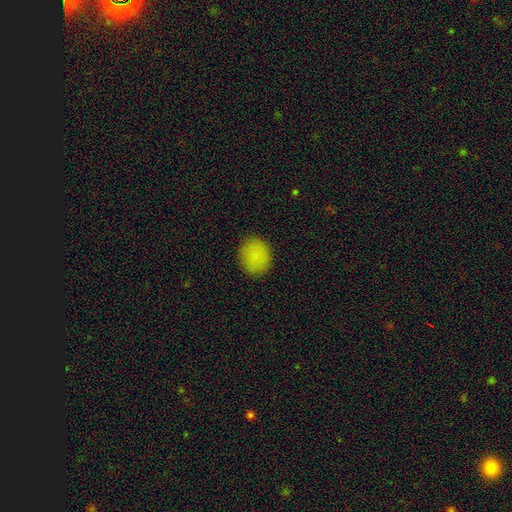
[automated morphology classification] smooth-or-featured: smooth: 85% | star or artifact: 10% | featured or disk: 5%
  how-rounded: round: 76% | in between: 23% | cigar-shaped: 1%
  merging: none: 88% | minor disturbance: 9% | major disturbance: 2% | merger: 1%